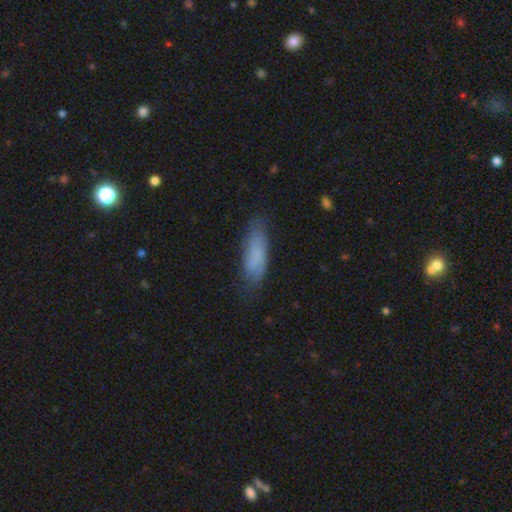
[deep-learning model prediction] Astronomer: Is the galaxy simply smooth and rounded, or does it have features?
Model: smooth — 72%.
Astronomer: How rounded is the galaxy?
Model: in between — 57% (runner-up: cigar-shaped, 41%).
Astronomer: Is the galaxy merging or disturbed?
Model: none — 70%.